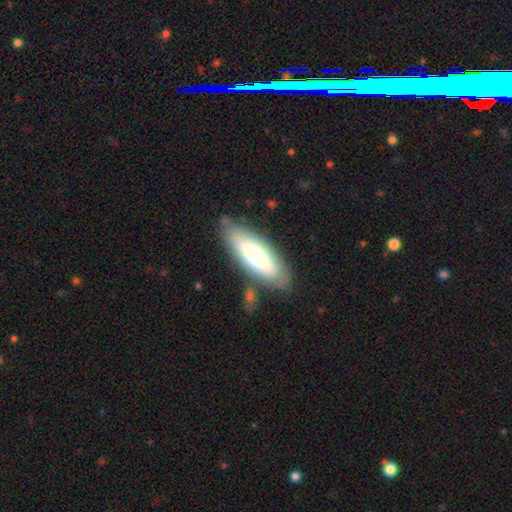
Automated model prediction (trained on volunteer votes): smooth 62%, featured or disk 32%, star or artifact 6%. Down the decision tree: how rounded — in between (66%); merging — none (77%).